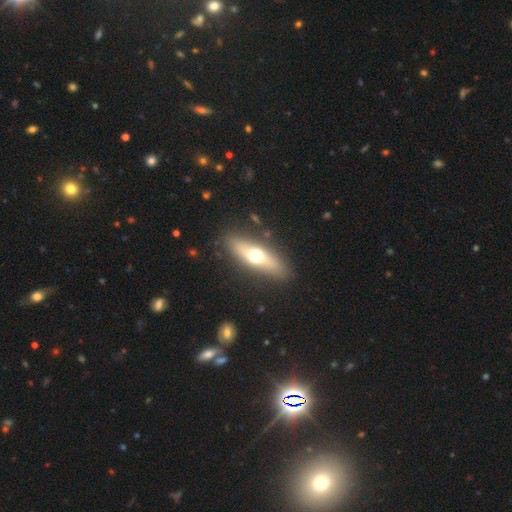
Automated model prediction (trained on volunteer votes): This appears to be a smooth galaxy with no disk features (49%). Merging: none (86%).